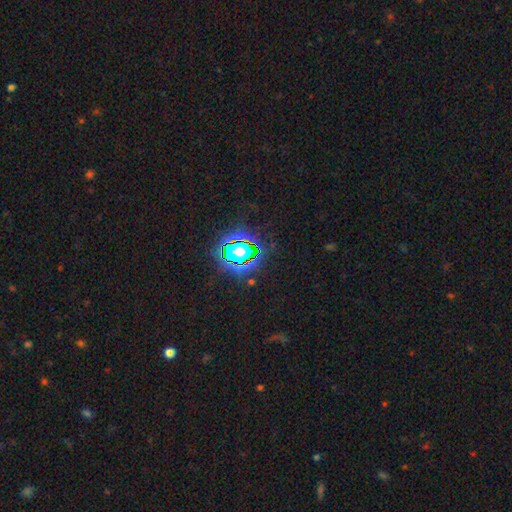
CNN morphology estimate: type=star or artifact (81%).